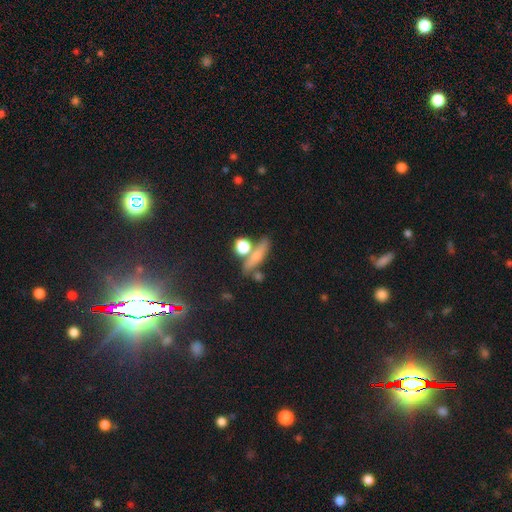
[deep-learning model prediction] This is likely a smooth galaxy (63%). How rounded: possibly cigar-shaped (52%). Merging: likely none (60%).